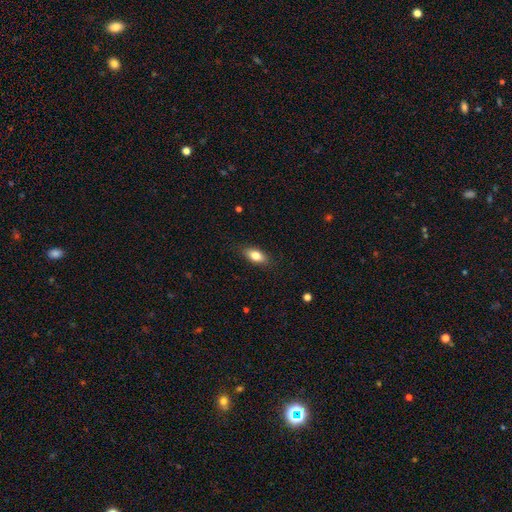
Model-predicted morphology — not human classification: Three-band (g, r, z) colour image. It shows a smooth galaxy with no disk features (80%) that is in between round and cigar-shaped (85%). Merging: none (86%).